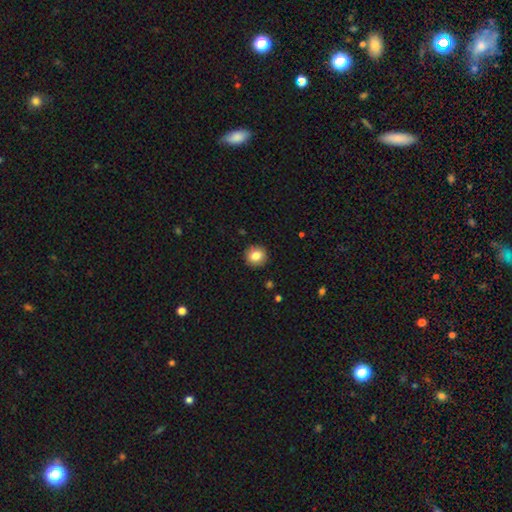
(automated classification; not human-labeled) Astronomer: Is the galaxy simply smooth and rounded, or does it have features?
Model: smooth — 84%.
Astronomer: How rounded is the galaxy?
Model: round — 87%.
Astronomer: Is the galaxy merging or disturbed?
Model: none — 90%.